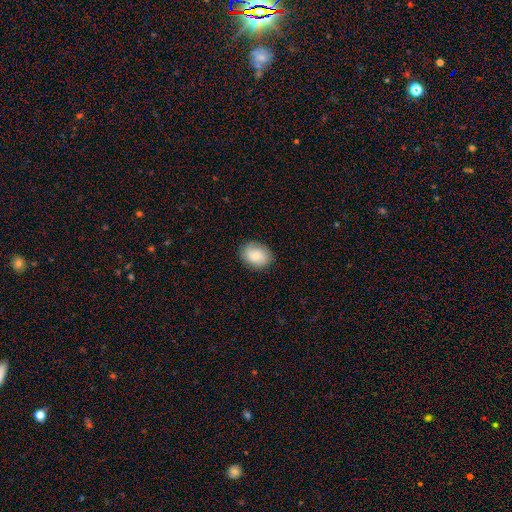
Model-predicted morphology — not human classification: This is likely a smooth galaxy (77%). How rounded: possibly in between (59%). Merging: clearly none (85%).